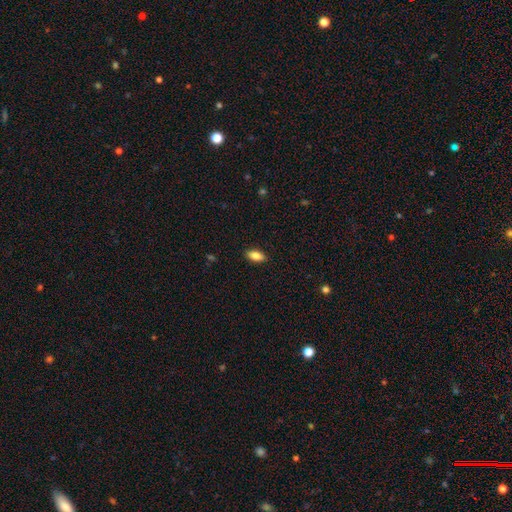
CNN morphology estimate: Smooth or featured? smooth (84%)
How rounded? in between (89%)
Merging? none (89%)